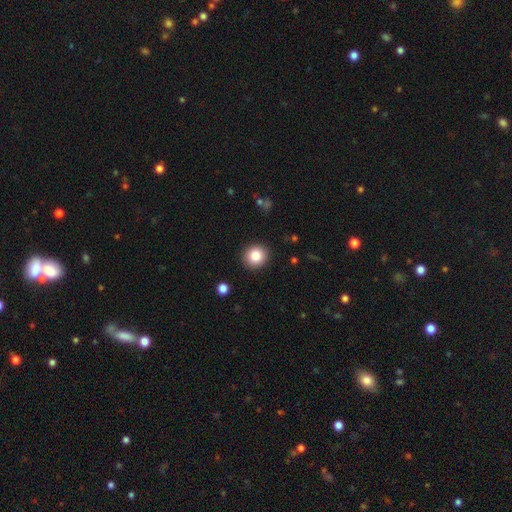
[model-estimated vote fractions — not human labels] smooth-or-featured: smooth: 84% | star or artifact: 10% | featured or disk: 7%
  how-rounded: round: 89% | in between: 10% | cigar-shaped: 1%
  merging: none: 91% | minor disturbance: 6% | major disturbance: 2% | merger: 1%